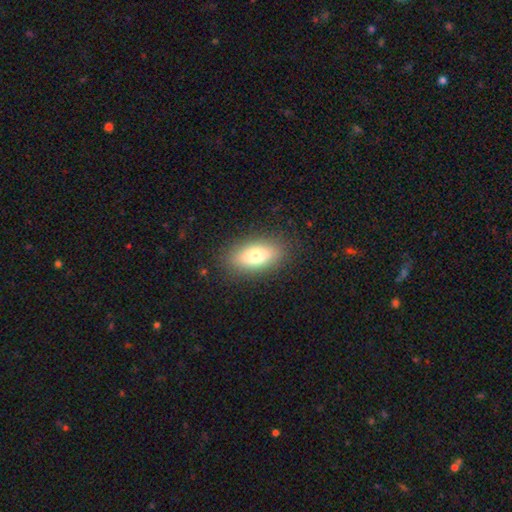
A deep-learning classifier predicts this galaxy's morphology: Smooth or featured: smooth — 72% (featured or disk — 19%)
How rounded: in between — 82% (cigar-shaped — 12%)
Merging: none — 87% (minor disturbance — 9%)